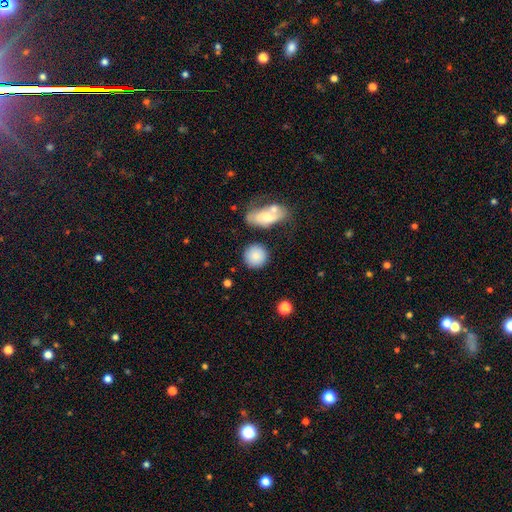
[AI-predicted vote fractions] This appears to be a smooth galaxy with no disk features (82%) that is round (87%). Merging: none (79%).